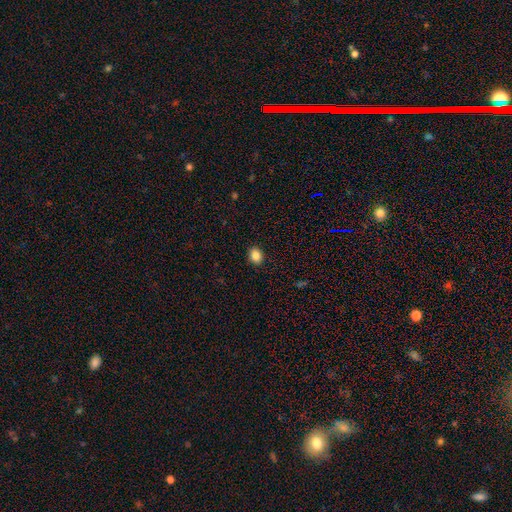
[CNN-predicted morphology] A smooth galaxy with no disk features (86%) that is round (50%).

Vote fractions:
- Smooth or featured? smooth: 86% / star or artifact: 10% / featured or disk: 4%
- How rounded? round: 50% / in between: 49% / cigar-shaped: 1%
- Merging? none: 91% / minor disturbance: 6% / major disturbance: 2% / merger: 1%